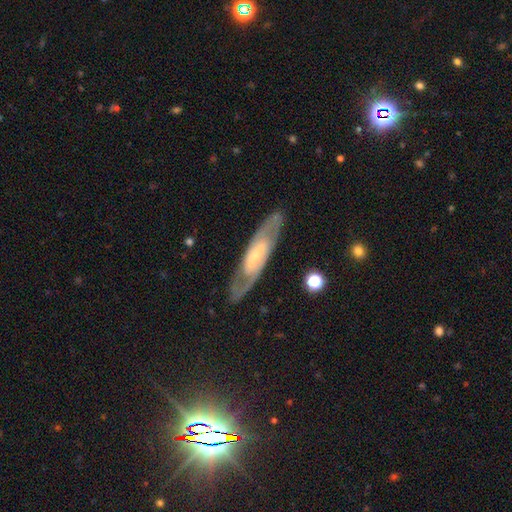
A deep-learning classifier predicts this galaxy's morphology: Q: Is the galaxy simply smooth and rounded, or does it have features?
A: featured or disk — 77%.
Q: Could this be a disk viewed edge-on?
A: no — 77%.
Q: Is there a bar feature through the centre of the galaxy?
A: weak — 37%.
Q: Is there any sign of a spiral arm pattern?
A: yes — 82%.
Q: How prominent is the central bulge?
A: small — 67%.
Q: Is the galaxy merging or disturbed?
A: none — 81%.